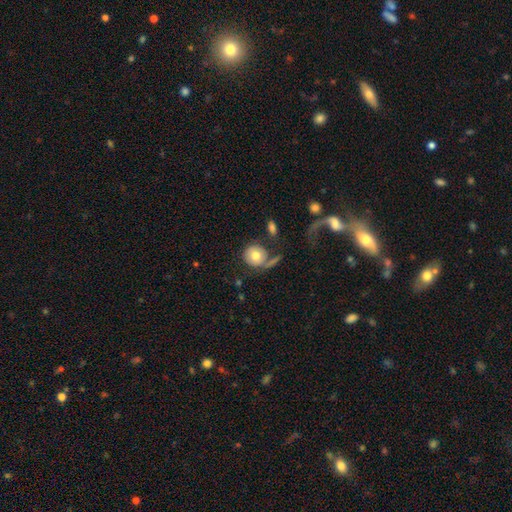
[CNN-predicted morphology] smooth 68%, featured or disk 24%, star or artifact 7%. Down the decision tree: how rounded — round (87%); merging — none (53%).